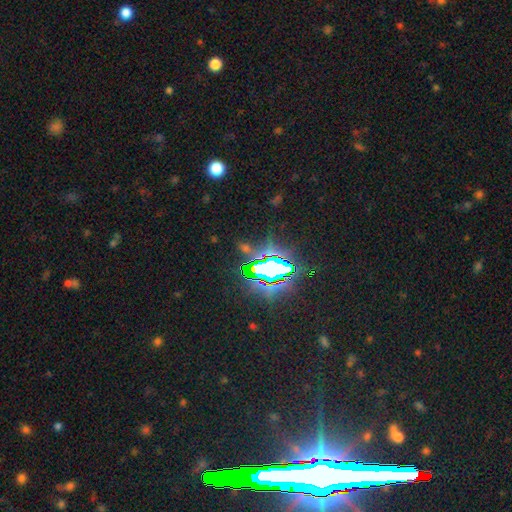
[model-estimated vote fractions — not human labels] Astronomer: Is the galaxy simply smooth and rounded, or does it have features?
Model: star or artifact — 83%.